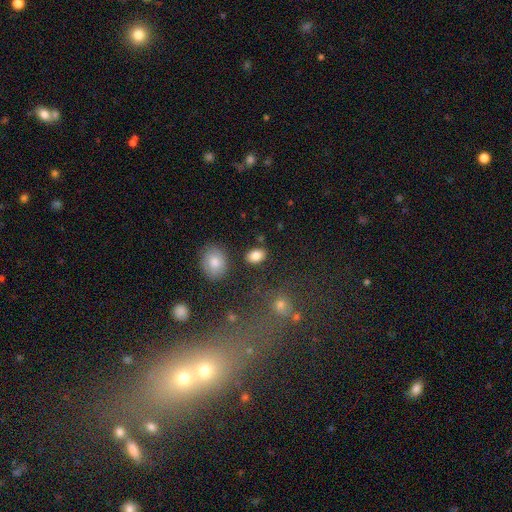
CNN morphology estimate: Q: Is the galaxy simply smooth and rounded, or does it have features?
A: smooth — 85%.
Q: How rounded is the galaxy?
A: in between — 80%.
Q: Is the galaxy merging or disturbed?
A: none — 83%.